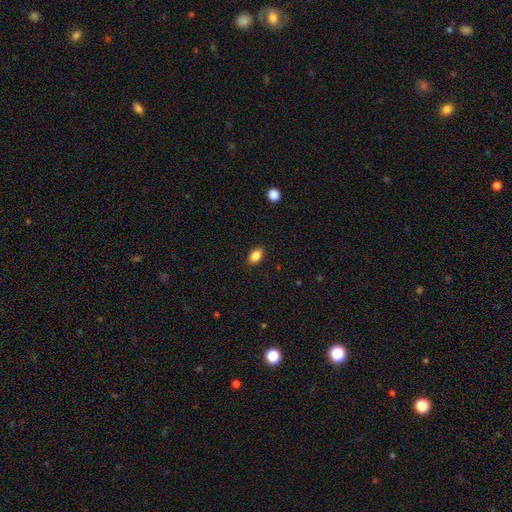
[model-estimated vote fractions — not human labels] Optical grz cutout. It shows a smooth galaxy with no disk features (88%) that is in between round and cigar-shaped (88%). Merging: none (88%).